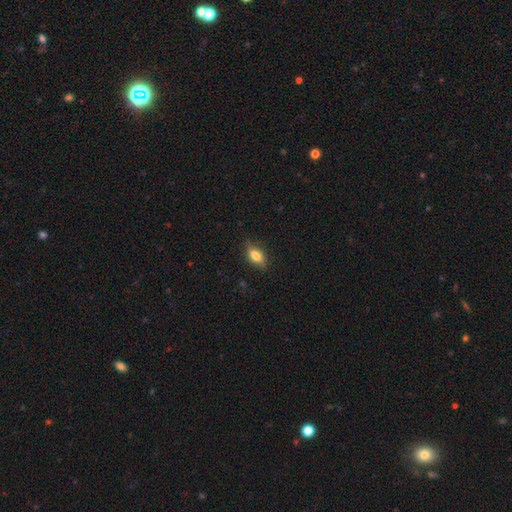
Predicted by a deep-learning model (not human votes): A smooth galaxy with no disk features (75%) that is in between round and cigar-shaped (82%). Merging: none (76%).